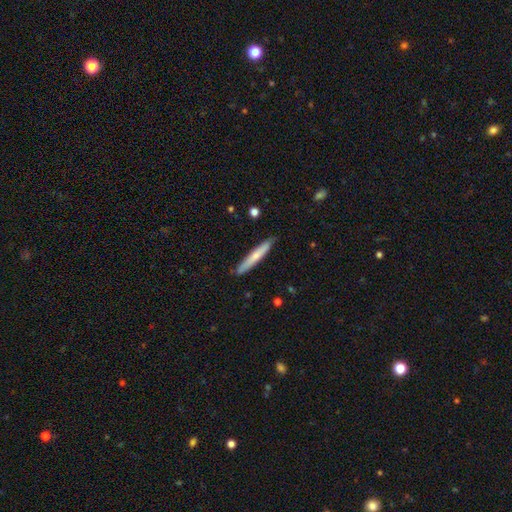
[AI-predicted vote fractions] Overall: smooth (60%; featured or disk 34%). How rounded: cigar-shaped (94%). Merging: none (86%).